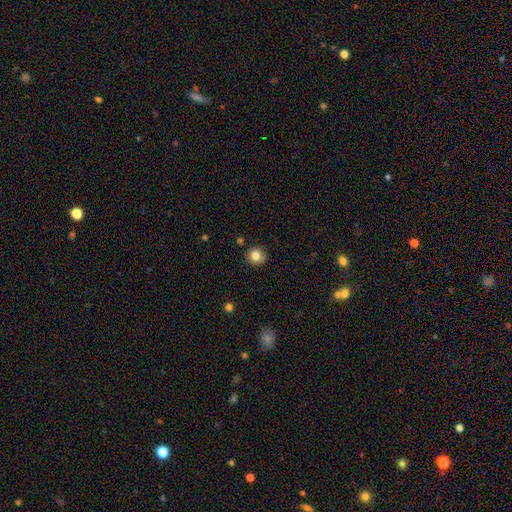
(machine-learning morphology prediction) The model was most divided on "smooth or featured": smooth: 82%, star or artifact: 11%, featured or disk: 7%. More confident: how rounded — round (92%); merging — none (89%).